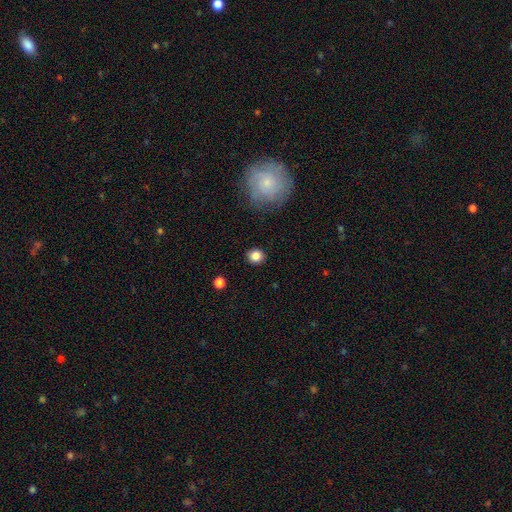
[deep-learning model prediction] Smooth or featured: smooth — 85% (star or artifact — 10%)
How rounded: round — 86% (in between — 13%)
Merging: none — 89% (minor disturbance — 7%)